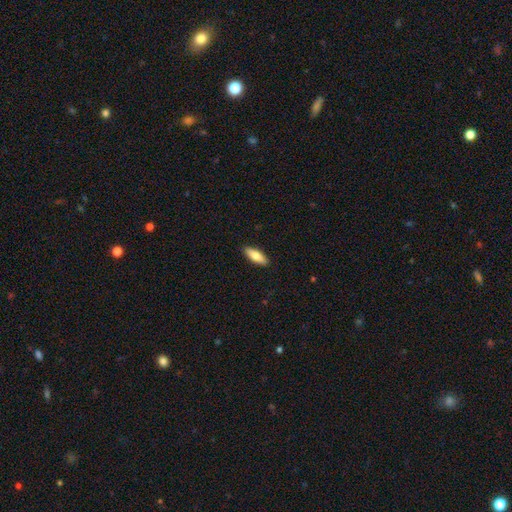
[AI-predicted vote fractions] Morphology: type=smooth (77%); roundness=in between (62%); merging=none (90%).